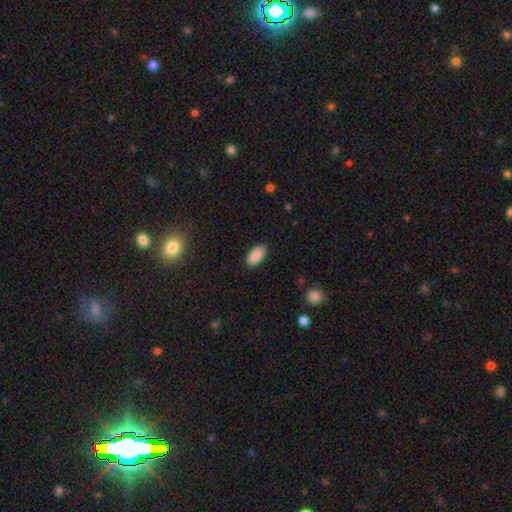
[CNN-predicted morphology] This is clearly a smooth galaxy (87%). How rounded: clearly in between (94%). Merging: clearly none (85%).